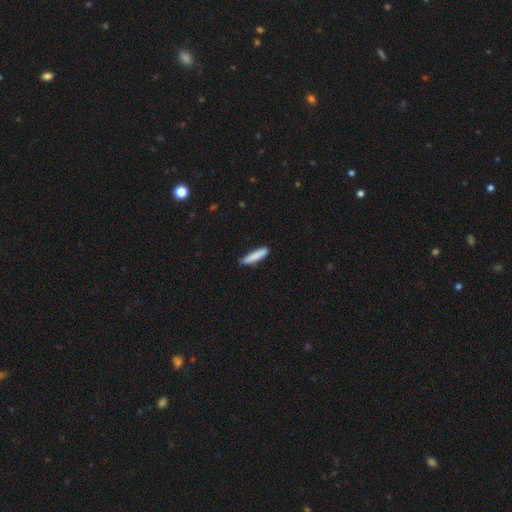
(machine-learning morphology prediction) The model was most divided on "merging": none: 86%, minor disturbance: 10%, major disturbance: 2%, merger: 1%. More confident: how rounded — cigar-shaped (89%); smooth or featured — smooth (86%).